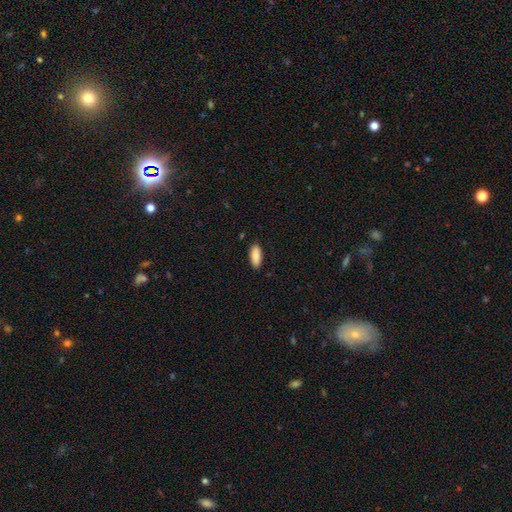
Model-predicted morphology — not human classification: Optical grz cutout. It shows a smooth galaxy with no disk features (88%) that is in between round and cigar-shaped (85%). Merging: none (88%).